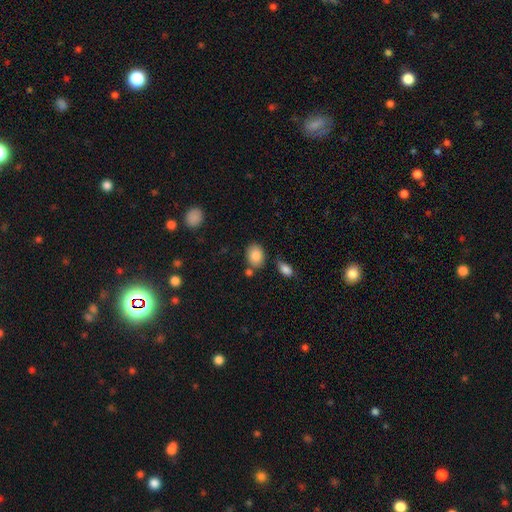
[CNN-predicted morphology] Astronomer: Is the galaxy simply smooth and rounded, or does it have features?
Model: smooth — 84%.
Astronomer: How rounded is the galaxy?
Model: in between — 65%.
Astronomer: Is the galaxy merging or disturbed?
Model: none — 73%.